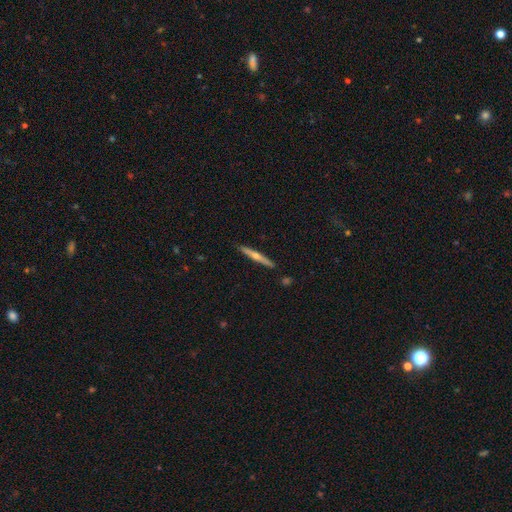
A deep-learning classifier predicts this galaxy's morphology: Q: Smooth or featured?
A: featured or disk (68%); runner-up: smooth (25%)
Q: Edge-on disk?
A: yes (97%); runner-up: no (3%)
Q: Edge-on bulge?
A: rounded (86%); runner-up: none (11%)
Q: Merging?
A: none (90%); runner-up: minor disturbance (7%)